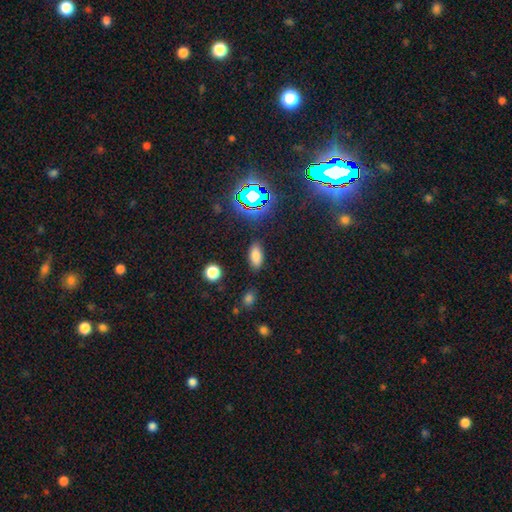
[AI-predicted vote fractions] Smooth or featured? Predicted: smooth (p=0.77). How rounded? Predicted: in between (p=0.89). Merging? Predicted: none (p=0.86).